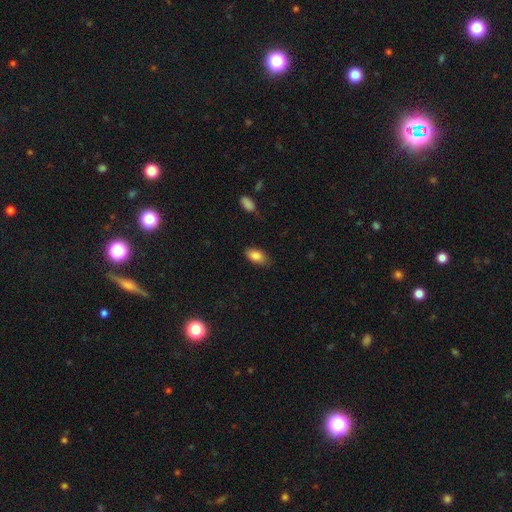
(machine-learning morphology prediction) Overall: smooth (85%). How rounded: in between (92%). Merging: none (79%).